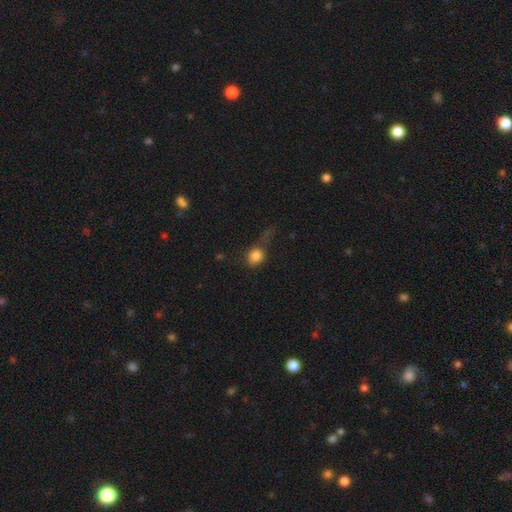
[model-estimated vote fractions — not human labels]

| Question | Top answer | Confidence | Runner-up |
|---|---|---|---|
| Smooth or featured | smooth | 82% | star or artifact (11%) |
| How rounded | round | 69% | in between (29%) |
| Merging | none | 39% | major disturbance (30%) |